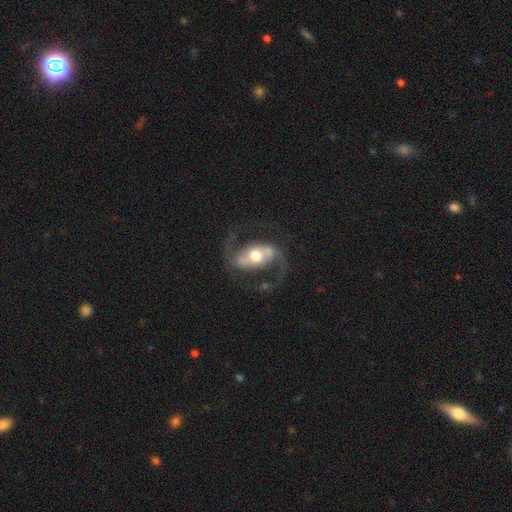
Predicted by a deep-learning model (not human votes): smooth_or_featured: featured or disk (p=0.88) [alt: smooth p=0.08]
disk_edge_on: no (p=0.96) [alt: yes p=0.04]
bar: strong (p=0.43) [alt: weak p=0.33]
has_spiral_arms: yes (p=0.95) [alt: no p=0.05]
spiral_winding: loose (p=0.46) [alt: medium p=0.45]
spiral_arm_count: 2 (p=0.94) [alt: can't tell p=0.02]
bulge_size: moderate (p=0.68) [alt: large p=0.19]
merging: none (p=0.75) [alt: minor disturbance p=0.12]